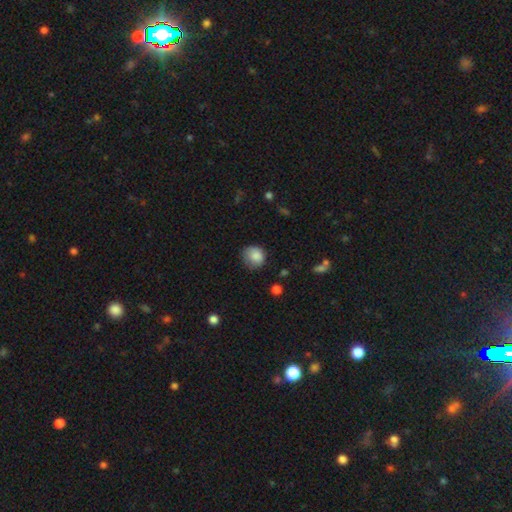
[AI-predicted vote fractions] A smooth galaxy with no disk features (84%) that is round (82%).

Vote fractions:
- Smooth or featured? smooth: 84% / star or artifact: 9% / featured or disk: 8%
- How rounded? round: 82% / in between: 17% / cigar-shaped: 1%
- Merging? none: 65% / minor disturbance: 26% / major disturbance: 7% / merger: 2%